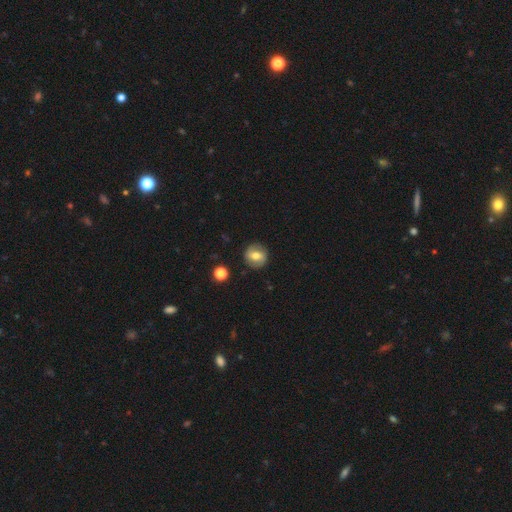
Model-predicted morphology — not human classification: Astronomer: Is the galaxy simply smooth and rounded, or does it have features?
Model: smooth — 58%.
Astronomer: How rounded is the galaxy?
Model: round — 85%.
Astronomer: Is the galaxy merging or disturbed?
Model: none — 87%.